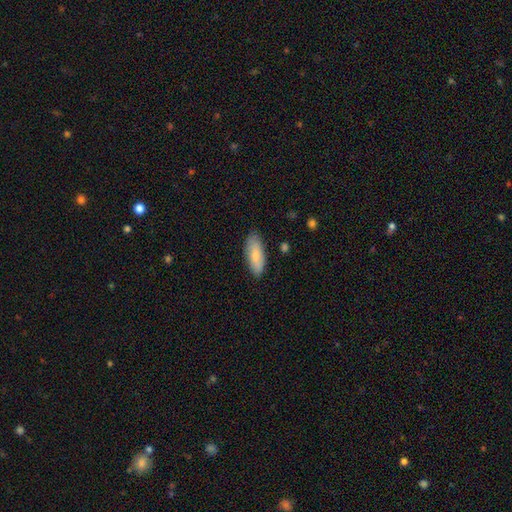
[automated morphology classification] A smooth galaxy with no disk features (78%) that is in between round and cigar-shaped (75%).

Vote fractions:
- Smooth or featured? smooth: 78% / featured or disk: 16% / star or artifact: 6%
- How rounded? in between: 75% / cigar-shaped: 23% / round: 2%
- Merging? none: 82% / minor disturbance: 14% / major disturbance: 2% / merger: 1%